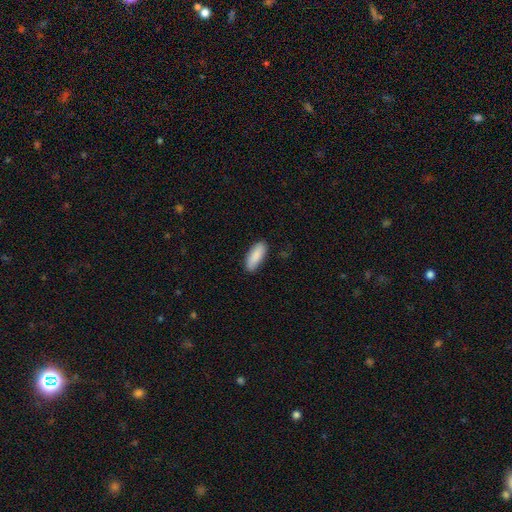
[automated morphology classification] A smooth galaxy with no disk features (89%) that is in between round and cigar-shaped (70%).

Vote fractions:
- Smooth or featured? smooth: 89% / star or artifact: 6% / featured or disk: 5%
- How rounded? in between: 70% / cigar-shaped: 28% / round: 2%
- Merging? none: 86% / minor disturbance: 11% / major disturbance: 2% / merger: 1%